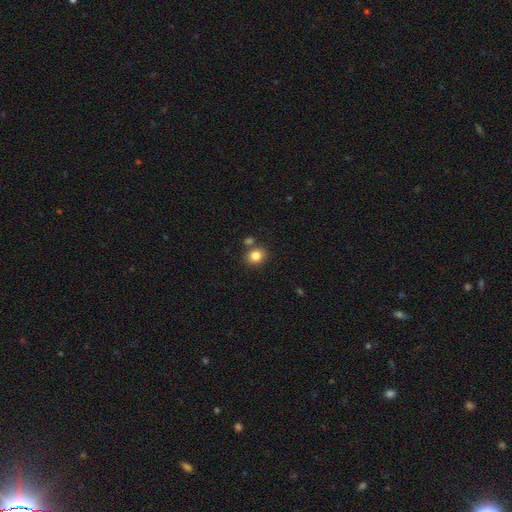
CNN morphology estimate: Smooth or featured?
  - smooth: 84% *
  - star or artifact: 10%
  - featured or disk: 6%
How rounded?
  - round: 68% *
  - in between: 31%
  - cigar-shaped: 1%
Merging?
  - none: 75% *
  - merger: 12%
  - minor disturbance: 9%
  - major disturbance: 3%